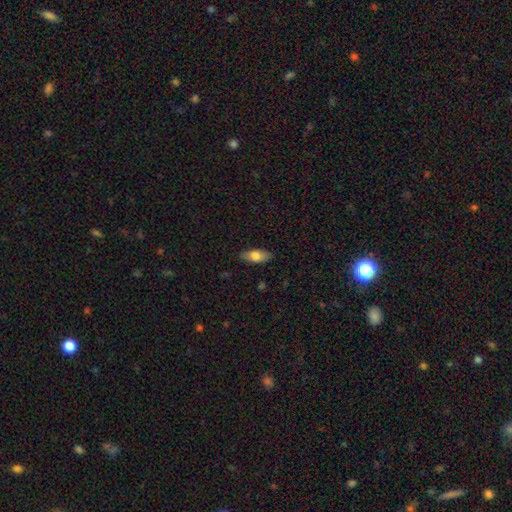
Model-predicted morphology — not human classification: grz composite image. It shows a smooth galaxy with no disk features (76%) that is in between round and cigar-shaped (84%). Merging: none (86%).